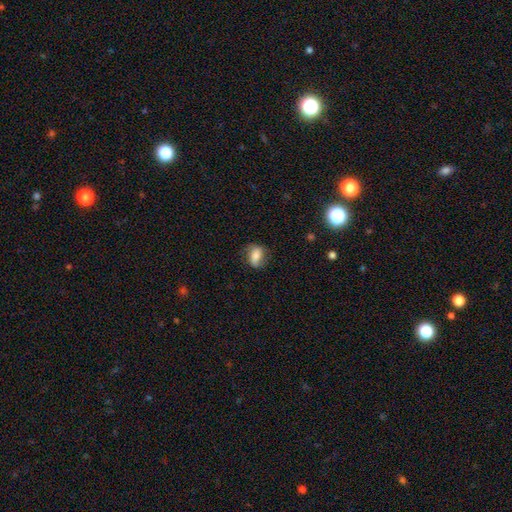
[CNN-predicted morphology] Smooth or featured? smooth (75%)
How rounded? in between (78%)
Merging? none (70%)